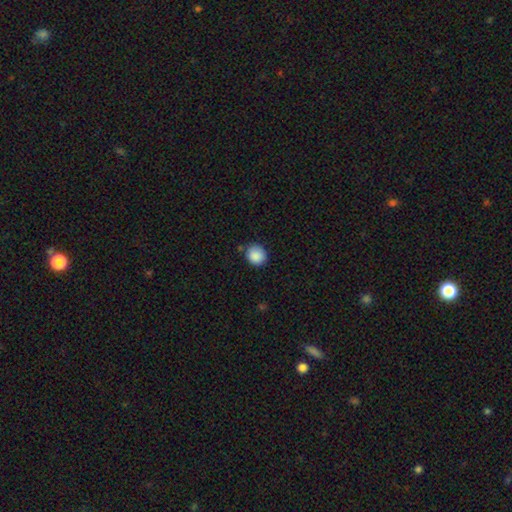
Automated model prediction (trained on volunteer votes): Smooth or featured?
  - smooth: 88% *
  - star or artifact: 8%
  - featured or disk: 4%
How rounded?
  - round: 83% *
  - in between: 16%
  - cigar-shaped: 1%
Merging?
  - none: 79% *
  - minor disturbance: 15%
  - merger: 3%
  - major disturbance: 3%